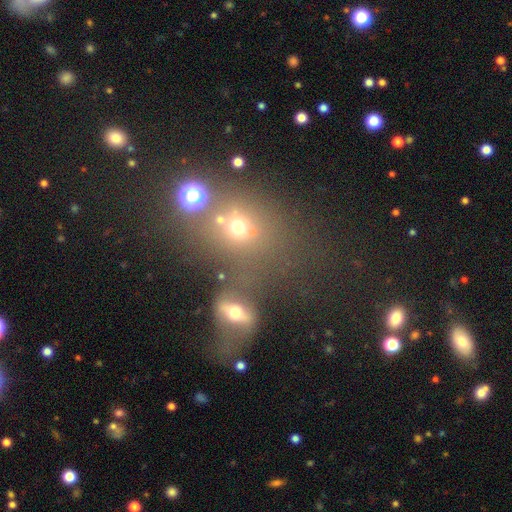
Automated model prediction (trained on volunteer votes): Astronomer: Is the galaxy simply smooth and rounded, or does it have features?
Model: smooth — 46% (runner-up: star or artifact, 39%).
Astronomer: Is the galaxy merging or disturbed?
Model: none — 49% (runner-up: merger, 33%).